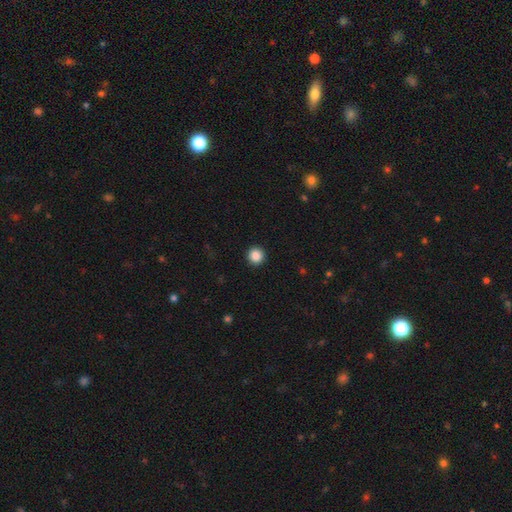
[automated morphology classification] Smooth or featured: smooth — 87% (star or artifact — 10%)
How rounded: round — 95% (in between — 4%)
Merging: none — 93% (minor disturbance — 4%)